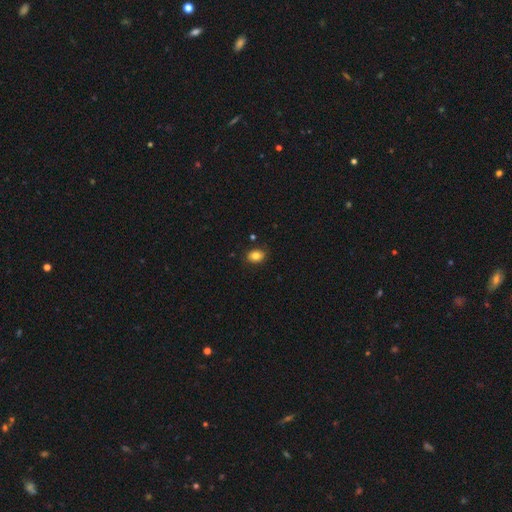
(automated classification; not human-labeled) Smooth or featured? Predicted: smooth (p=0.83). How rounded? Predicted: in between (p=0.70). Merging? Predicted: none (p=0.84).